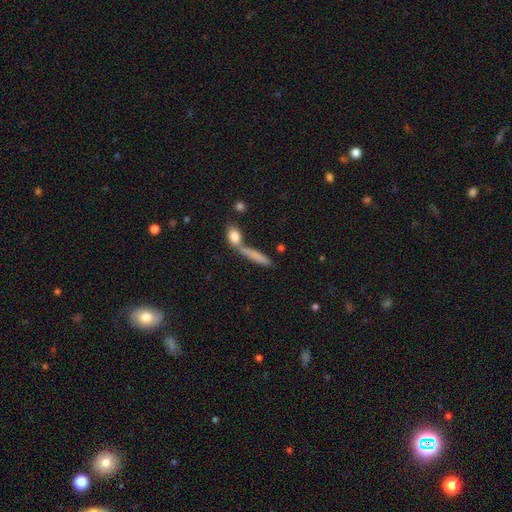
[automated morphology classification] A smooth galaxy with no disk features (72%) that is cigar-shaped (77%). Merging: none (43%).